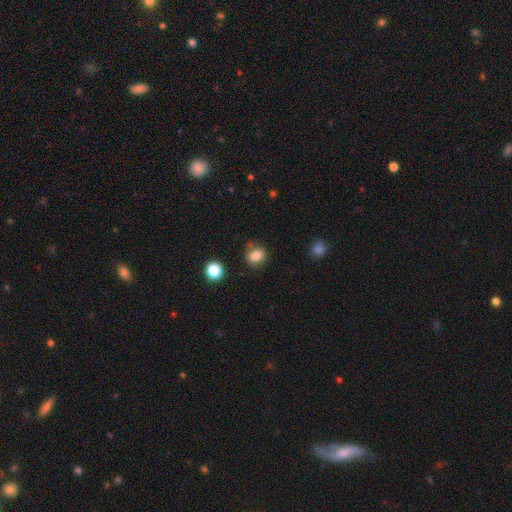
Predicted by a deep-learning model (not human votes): Smooth or featured? smooth (83%)
How rounded? round (60%)
Merging? none (75%)